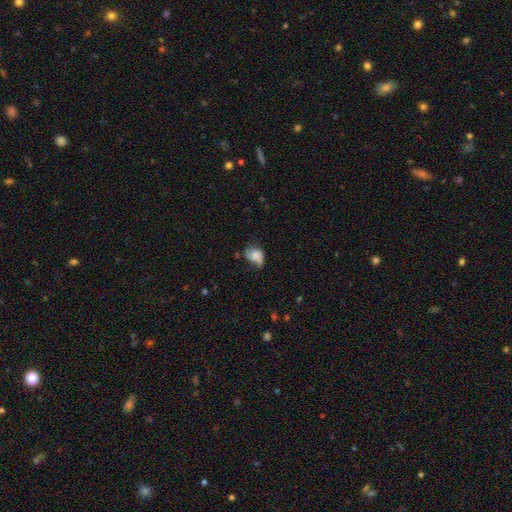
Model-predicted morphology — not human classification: This appears to be a smooth galaxy with no disk features (53%) that is in between round and cigar-shaped (59%). Merging: none (40%).